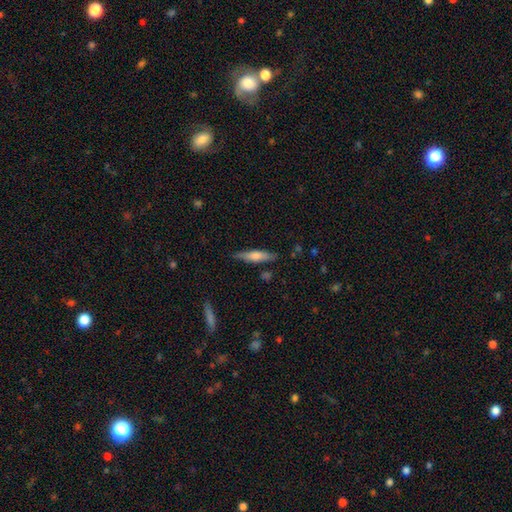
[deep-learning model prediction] smooth_or_featured: smooth (p=0.48) [alt: featured or disk p=0.45]
merging: none (p=0.85) [alt: minor disturbance p=0.11]